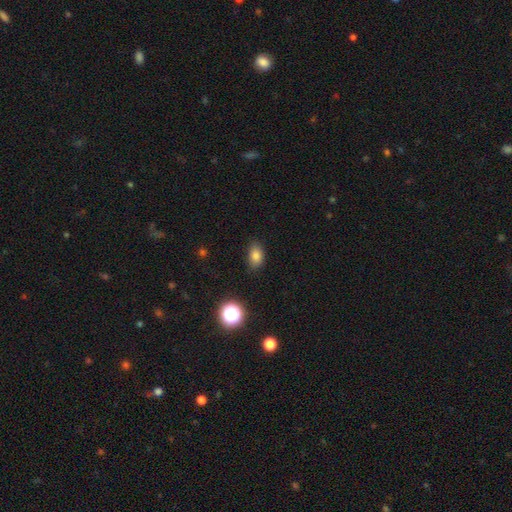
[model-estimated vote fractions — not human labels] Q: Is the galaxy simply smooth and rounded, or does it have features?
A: smooth — 81%.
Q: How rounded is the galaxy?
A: in between — 83%.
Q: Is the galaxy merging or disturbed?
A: none — 81%.